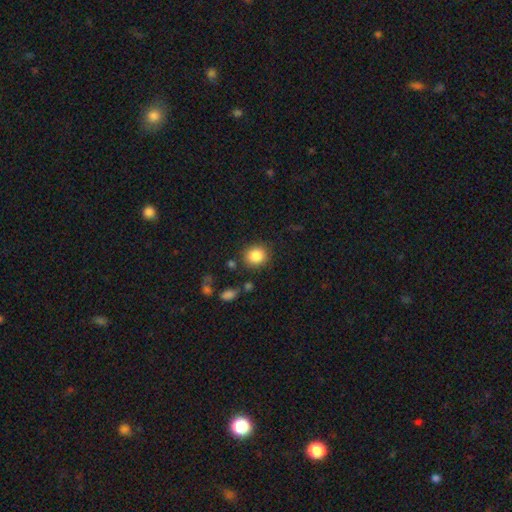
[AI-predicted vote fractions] Q: Smooth or featured?
A: smooth (86%); runner-up: star or artifact (9%)
Q: How rounded?
A: round (80%); runner-up: in between (19%)
Q: Merging?
A: none (83%); runner-up: minor disturbance (10%)